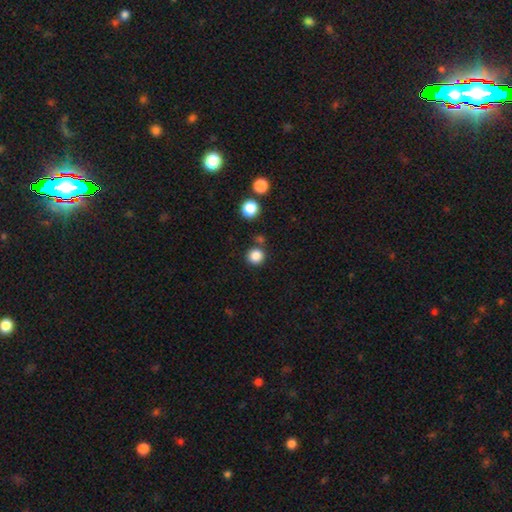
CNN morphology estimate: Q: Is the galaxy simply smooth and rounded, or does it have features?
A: smooth — 85%.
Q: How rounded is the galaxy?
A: round — 94%.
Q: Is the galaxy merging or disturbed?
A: none — 85%.